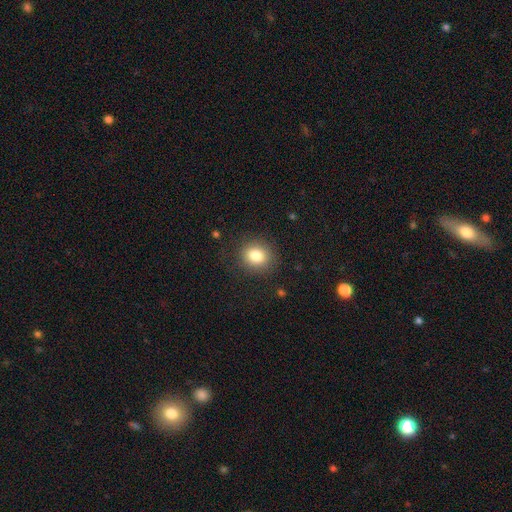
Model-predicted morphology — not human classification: This appears to be a smooth galaxy with no disk features (82%) that is round (76%). Merging: none (86%).